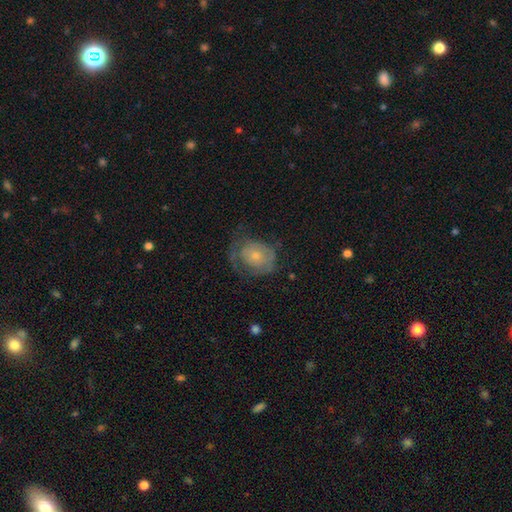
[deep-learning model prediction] smooth-or-featured: featured or disk: 50% | smooth: 42% | star or artifact: 8%
  disk-edge-on: no: 96% | yes: 4%
  merging: none: 46% | major disturbance: 26% | minor disturbance: 26% | merger: 2%